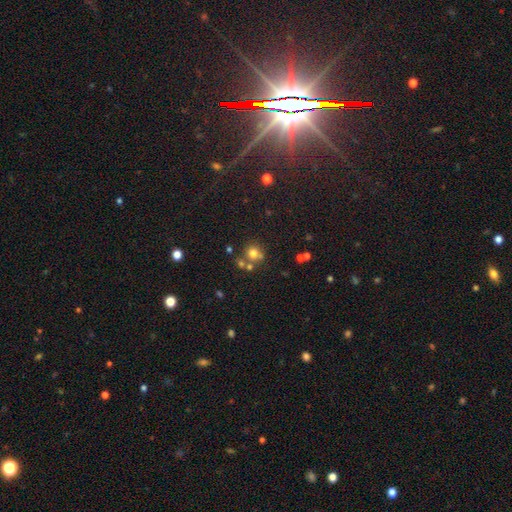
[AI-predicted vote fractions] smooth-or-featured: smooth: 63% | star or artifact: 26% | featured or disk: 11%
  how-rounded: round: 84% | in between: 15% | cigar-shaped: 1%
  merging: none: 64% | merger: 23% | minor disturbance: 9% | major disturbance: 4%